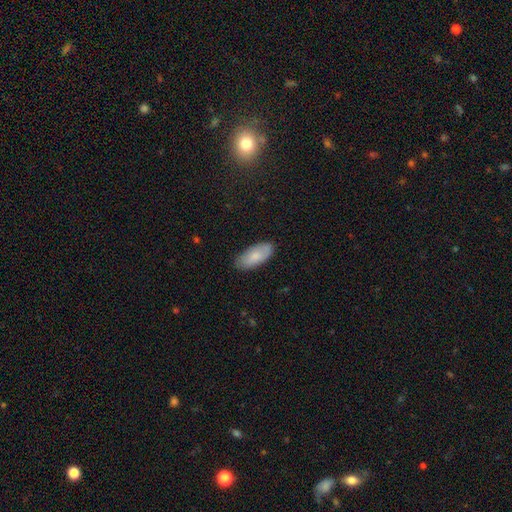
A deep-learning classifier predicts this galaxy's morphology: Smooth or featured?
  - smooth: 78% *
  - featured or disk: 16%
  - star or artifact: 6%
How rounded?
  - in between: 89% *
  - cigar-shaped: 9%
  - round: 2%
Merging?
  - none: 82% *
  - minor disturbance: 14%
  - major disturbance: 3%
  - merger: 1%